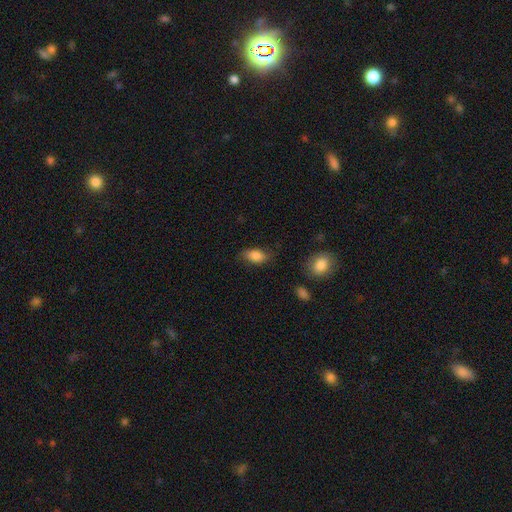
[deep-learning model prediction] Smooth or featured? smooth (85%)
How rounded? in between (89%)
Merging? none (71%)